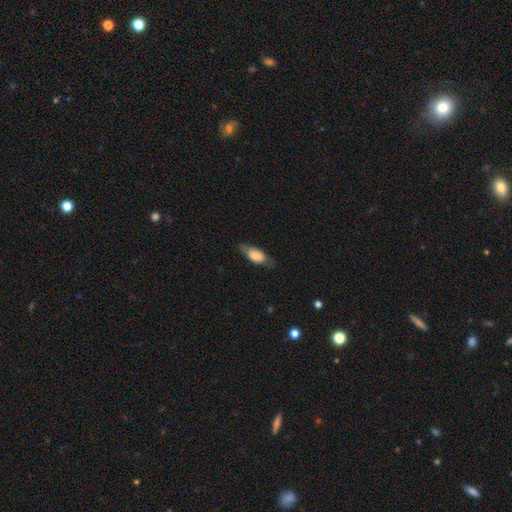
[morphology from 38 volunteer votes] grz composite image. It shows a smooth galaxy with no disk features (61%) that is in between round and cigar-shaped (78%). Merging: none (88%).